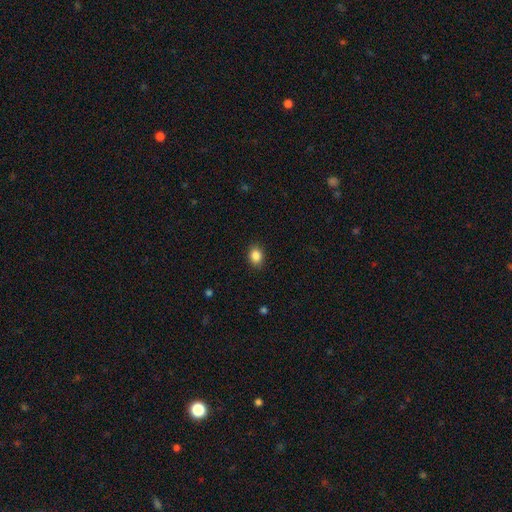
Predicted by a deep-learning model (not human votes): This appears to be a smooth galaxy with no disk features (87%) that is in between round and cigar-shaped (57%). Merging: none (88%).